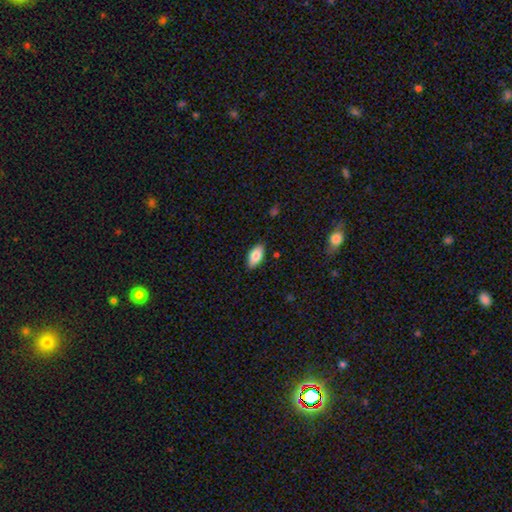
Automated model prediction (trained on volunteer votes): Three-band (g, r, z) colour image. It shows a smooth galaxy with no disk features (83%) that is in between round and cigar-shaped (92%). Merging: none (87%).